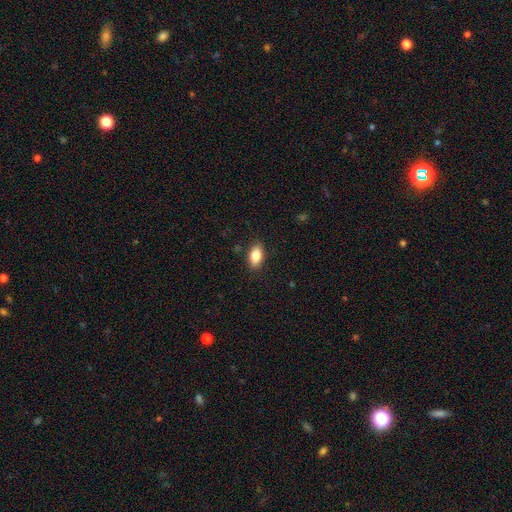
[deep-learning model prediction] A smooth galaxy with no disk features (85%) that is in between round and cigar-shaped (90%).

Vote fractions:
- Smooth or featured? smooth: 85% / star or artifact: 8% / featured or disk: 7%
- How rounded? in between: 90% / round: 7% / cigar-shaped: 3%
- Merging? none: 87% / minor disturbance: 9% / major disturbance: 2% / merger: 1%